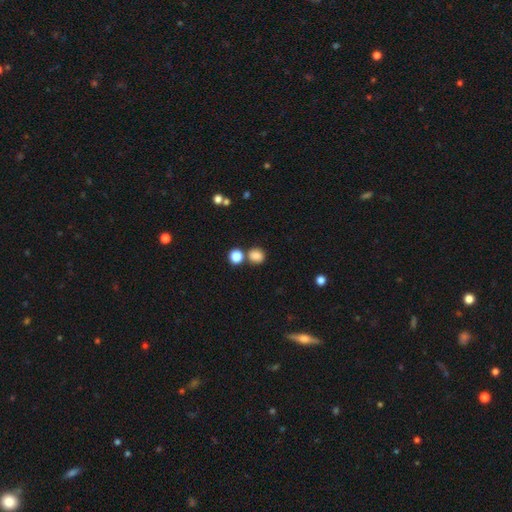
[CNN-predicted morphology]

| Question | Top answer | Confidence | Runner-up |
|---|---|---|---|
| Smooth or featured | smooth | 83% | star or artifact (12%) |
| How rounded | round | 80% | in between (19%) |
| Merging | none | 69% | merger (17%) |